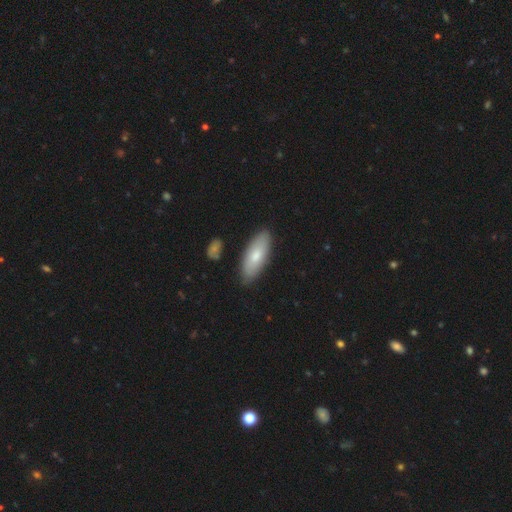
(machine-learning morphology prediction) Q: Smooth or featured?
A: smooth (73%); runner-up: featured or disk (22%)
Q: How rounded?
A: in between (77%); runner-up: cigar-shaped (21%)
Q: Merging?
A: none (83%); runner-up: minor disturbance (12%)